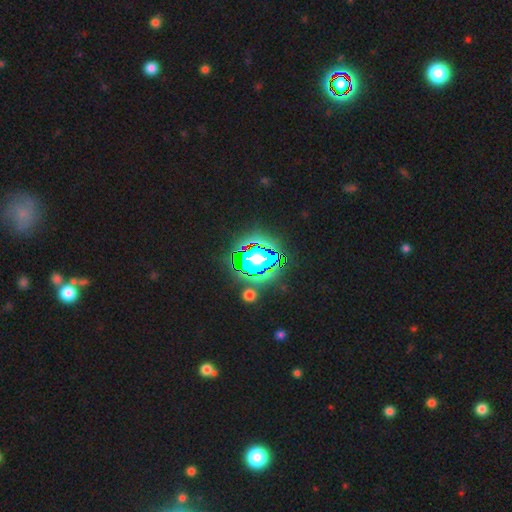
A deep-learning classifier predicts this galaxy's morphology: Smooth or featured: star or artifact — 71% (smooth — 16%)